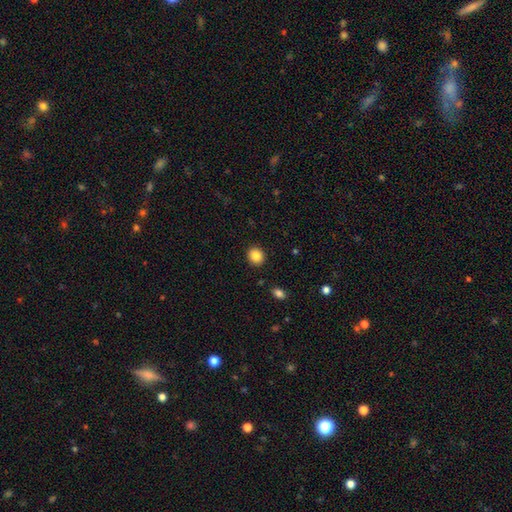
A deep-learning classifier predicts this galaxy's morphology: Q: Smooth or featured?
A: smooth (87%); runner-up: star or artifact (9%)
Q: How rounded?
A: round (73%); runner-up: in between (27%)
Q: Merging?
A: none (90%); runner-up: minor disturbance (6%)